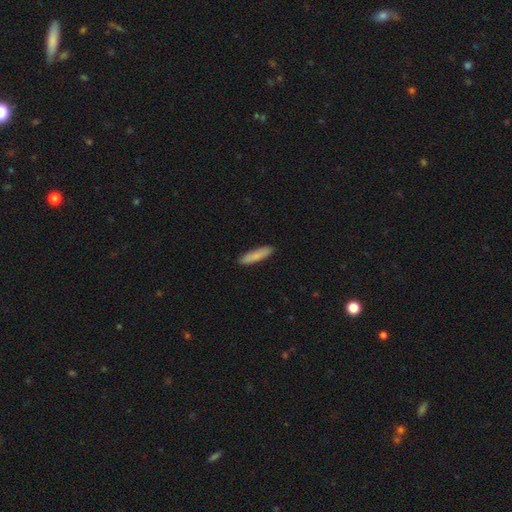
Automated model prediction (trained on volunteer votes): This is clearly a smooth galaxy (85%). How rounded: clearly cigar-shaped (81%). Merging: clearly none (90%).